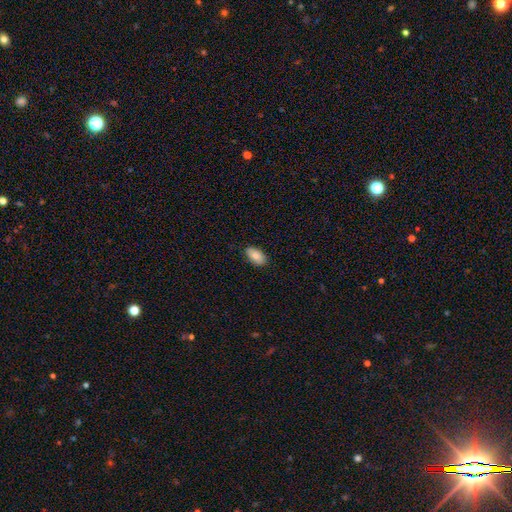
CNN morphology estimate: type=smooth (81%); roundness=in between (94%); merging=none (86%).